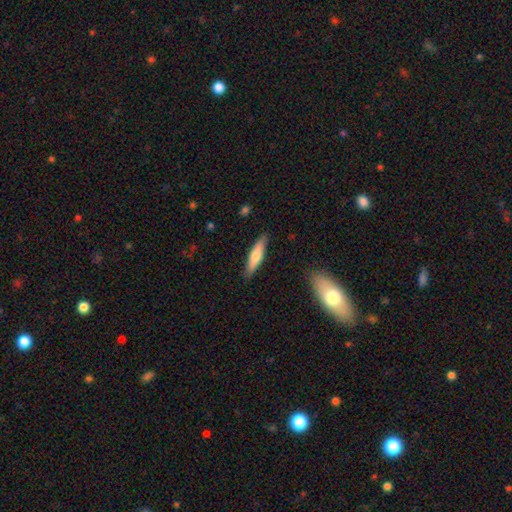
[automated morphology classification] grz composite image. It shows a smooth galaxy with no disk features (62%) that is cigar-shaped (75%). Merging: none (87%).